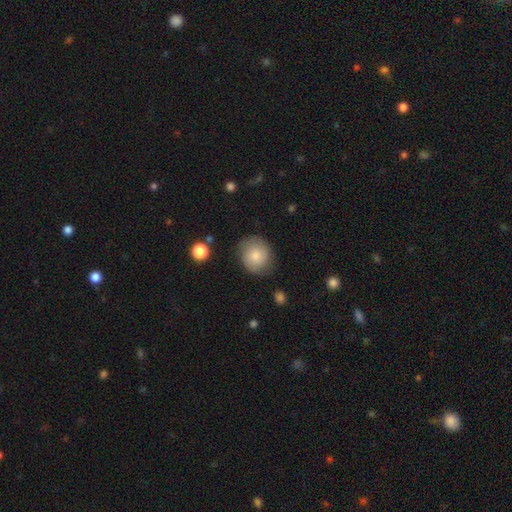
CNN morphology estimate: Q: Smooth or featured?
A: smooth (78%); runner-up: featured or disk (14%)
Q: How rounded?
A: round (69%); runner-up: in between (30%)
Q: Merging?
A: none (74%); runner-up: minor disturbance (19%)